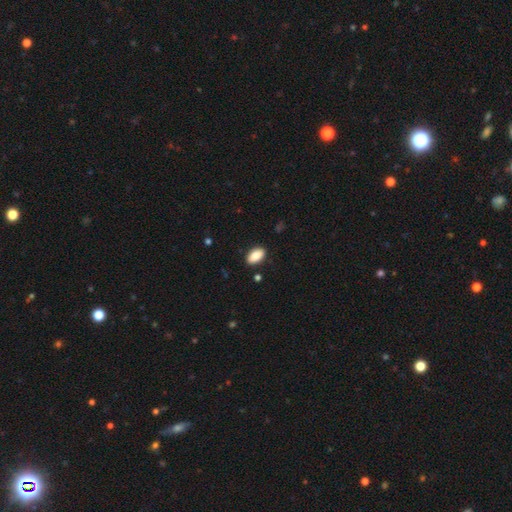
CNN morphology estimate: smooth_or_featured: smooth (p=0.89) [alt: star or artifact p=0.07]
how_rounded: in between (p=0.94) [alt: round p=0.04]
merging: none (p=0.87) [alt: minor disturbance p=0.09]